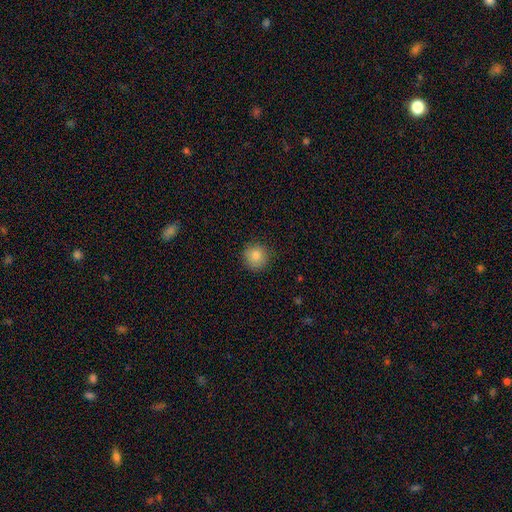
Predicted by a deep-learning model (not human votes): Smooth or featured? smooth (85%)
How rounded? round (93%)
Merging? none (87%)